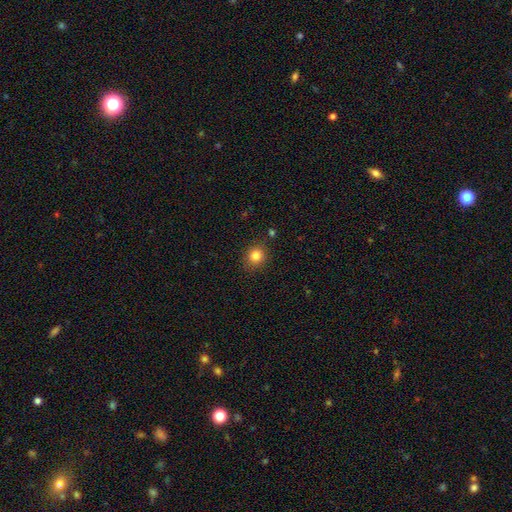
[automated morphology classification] This appears to be a smooth galaxy with no disk features (83%) that is round (79%). Merging: none (86%).